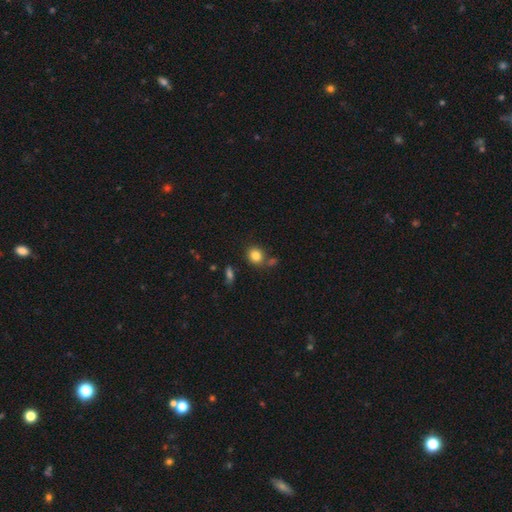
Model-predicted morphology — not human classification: A smooth galaxy with no disk features (83%) that is round (76%). Merging: none (72%).